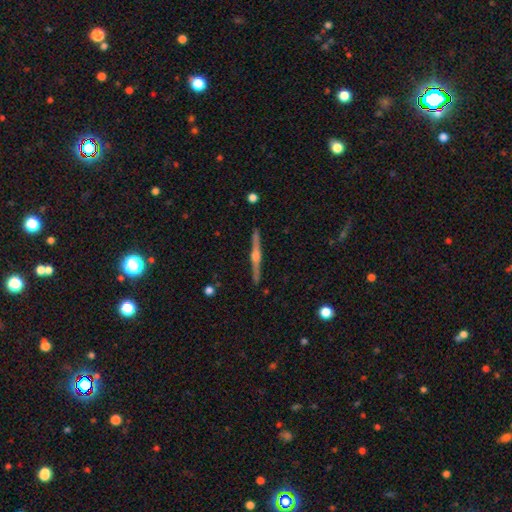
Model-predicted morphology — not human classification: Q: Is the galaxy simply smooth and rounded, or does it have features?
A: featured or disk — 85%.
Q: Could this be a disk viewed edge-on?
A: yes — 99%.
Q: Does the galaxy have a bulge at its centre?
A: rounded — 91%.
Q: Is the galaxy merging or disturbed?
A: none — 92%.